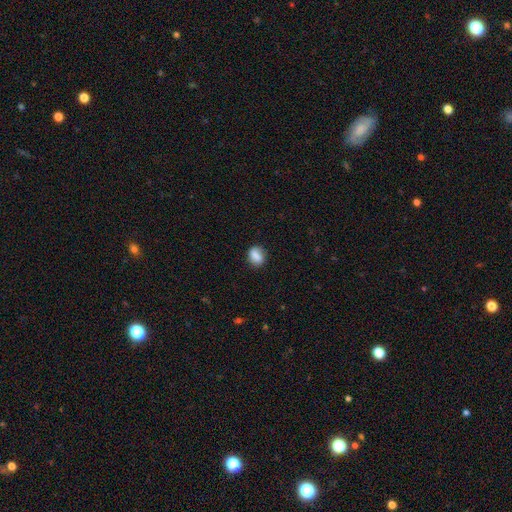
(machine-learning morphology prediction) smooth_or_featured: smooth (p=0.80) [alt: featured or disk p=0.11]
how_rounded: in between (p=0.53) [alt: round p=0.45]
merging: none (p=0.78) [alt: minor disturbance p=0.16]